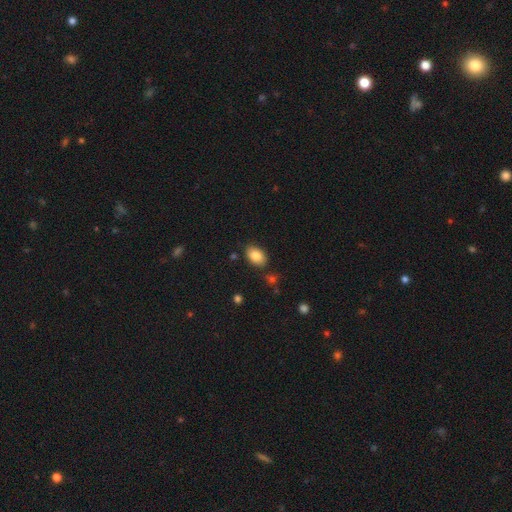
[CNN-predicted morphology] This is clearly a smooth galaxy (85%). How rounded: clearly in between (87%). Merging: clearly none (82%).